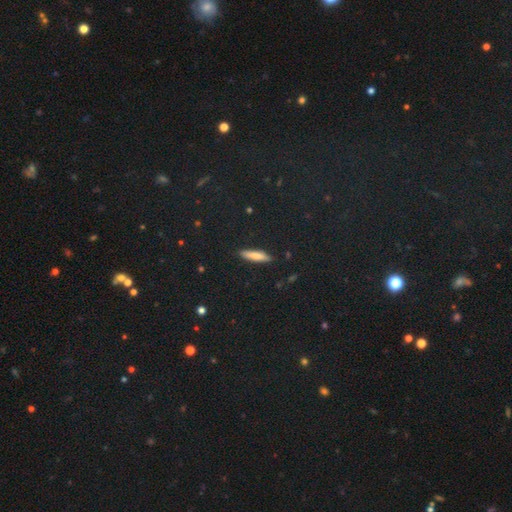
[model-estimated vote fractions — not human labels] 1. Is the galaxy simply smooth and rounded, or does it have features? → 69% smooth, 22% featured or disk, 9% star or artifact.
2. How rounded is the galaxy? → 79% cigar-shaped, 19% in between, 2% round.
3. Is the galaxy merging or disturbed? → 89% none, 8% minor disturbance, 2% major disturbance, 1% merger.